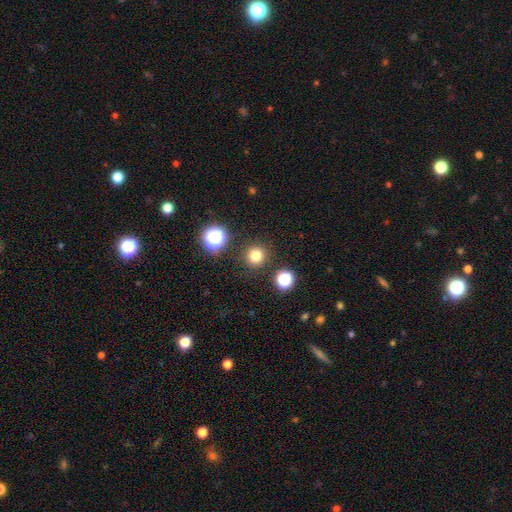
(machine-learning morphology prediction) A smooth galaxy with no disk features (77%) that is round (94%). Merging: none (89%).